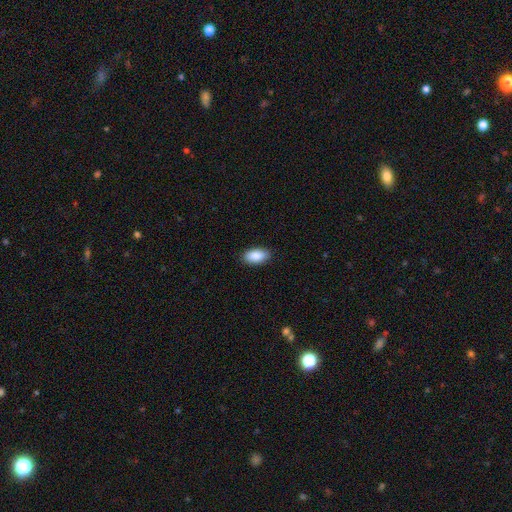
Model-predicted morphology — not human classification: This appears to be a smooth galaxy with no disk features (88%) that is in between round and cigar-shaped (93%). Merging: none (89%).